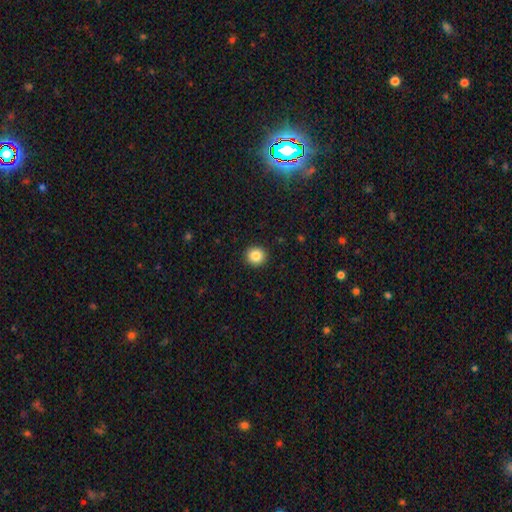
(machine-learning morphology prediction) Q: Smooth or featured?
A: smooth (85%); runner-up: star or artifact (10%)
Q: How rounded?
A: round (92%); runner-up: in between (7%)
Q: Merging?
A: none (93%); runner-up: minor disturbance (5%)